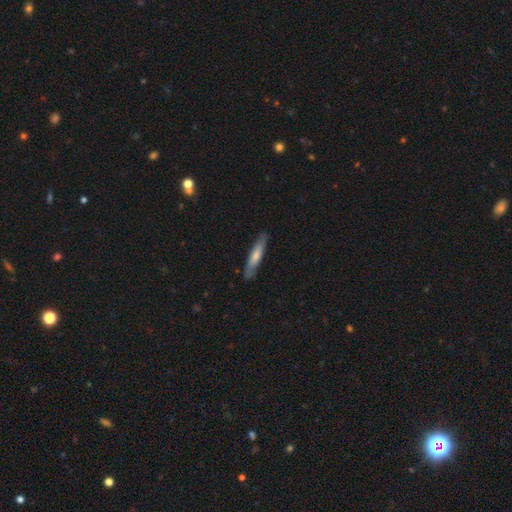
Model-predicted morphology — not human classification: smooth_or_featured: smooth (p=0.62) [alt: featured or disk p=0.33]
how_rounded: cigar-shaped (p=0.87) [alt: in between p=0.12]
merging: none (p=0.83) [alt: minor disturbance p=0.13]